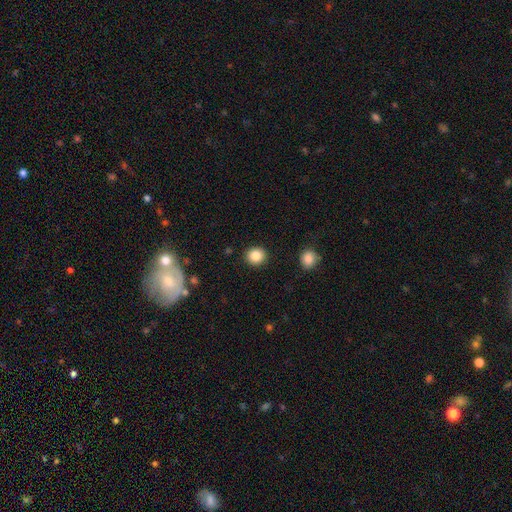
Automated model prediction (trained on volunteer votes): Smooth or featured? Predicted: smooth (p=0.85). How rounded? Predicted: round (p=0.88). Merging? Predicted: none (p=0.91).